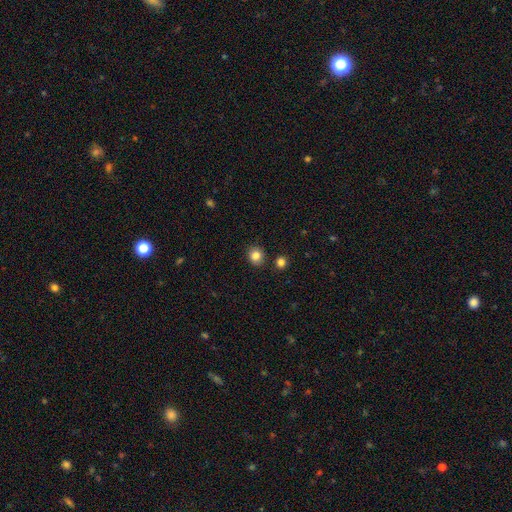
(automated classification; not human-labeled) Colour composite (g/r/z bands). It shows a smooth galaxy with no disk features (84%) that is round (80%). Merging: none (88%).